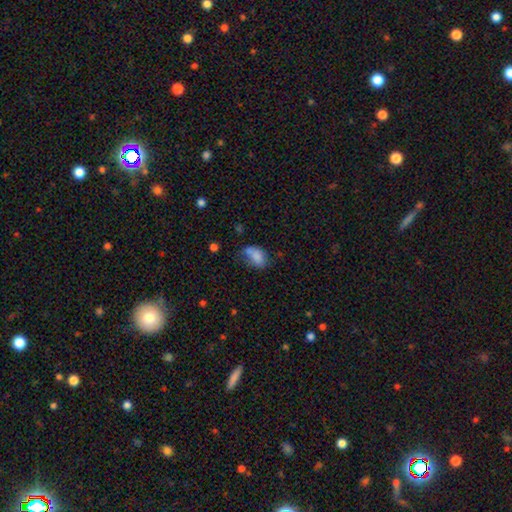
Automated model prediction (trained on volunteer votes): Smooth or featured: smooth — 79% (featured or disk — 11%)
How rounded: in between — 84% (round — 14%)
Merging: none — 41% (minor disturbance — 30%)